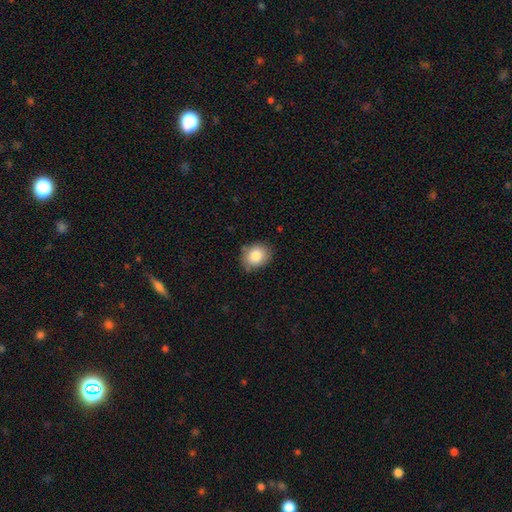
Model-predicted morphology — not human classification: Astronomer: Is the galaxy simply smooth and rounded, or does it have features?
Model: smooth — 84%.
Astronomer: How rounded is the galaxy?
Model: round — 53% (runner-up: in between, 46%).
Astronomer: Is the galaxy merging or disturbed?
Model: none — 77%.